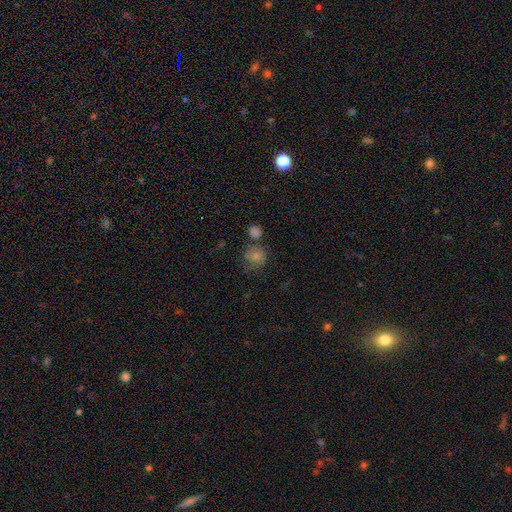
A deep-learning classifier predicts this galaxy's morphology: This is possibly a smooth galaxy (49%). Merging: likely none (62%).